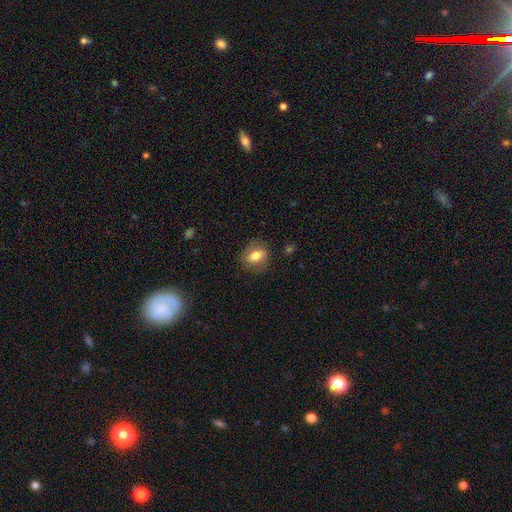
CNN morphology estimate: Smooth or featured?
  - smooth: 77% *
  - featured or disk: 14%
  - star or artifact: 8%
How rounded?
  - in between: 65% *
  - round: 33%
  - cigar-shaped: 2%
Merging?
  - none: 81% *
  - minor disturbance: 13%
  - major disturbance: 4%
  - merger: 1%